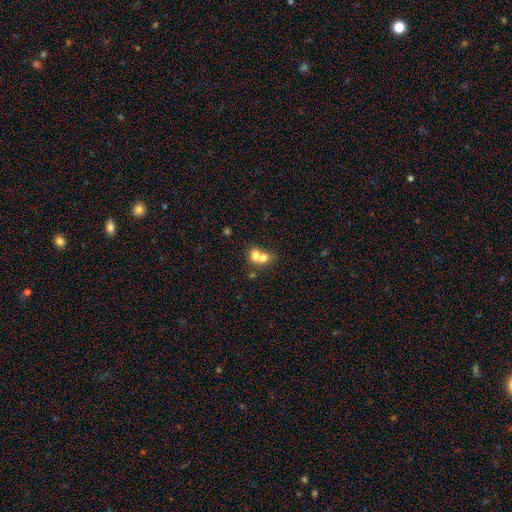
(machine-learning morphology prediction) smooth_or_featured: smooth (p=0.70) [alt: featured or disk p=0.20]
how_rounded: round (p=0.58) [alt: in between p=0.41]
merging: merger (p=0.71) [alt: none p=0.21]